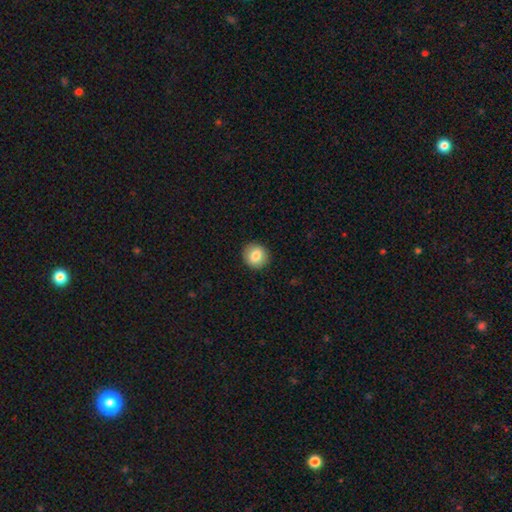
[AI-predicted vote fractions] A smooth galaxy with no disk features (82%) that is round (86%).

Vote fractions:
- Smooth or featured? smooth: 82% / featured or disk: 10% / star or artifact: 8%
- How rounded? round: 86% / in between: 13% / cigar-shaped: 1%
- Merging? none: 91% / minor disturbance: 6% / major disturbance: 2% / merger: 1%